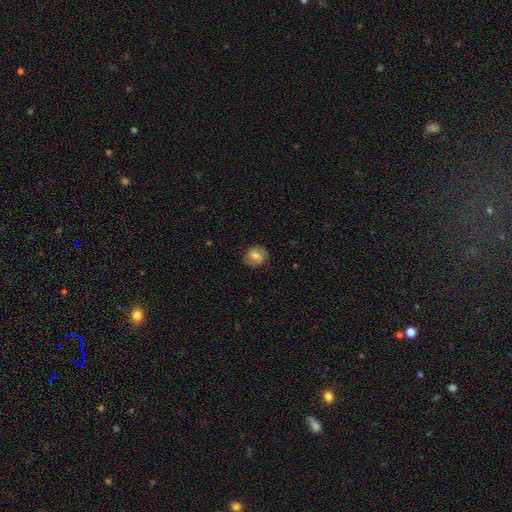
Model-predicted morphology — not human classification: Smooth or featured? smooth (67%)
How rounded? round (80%)
Merging? none (82%)